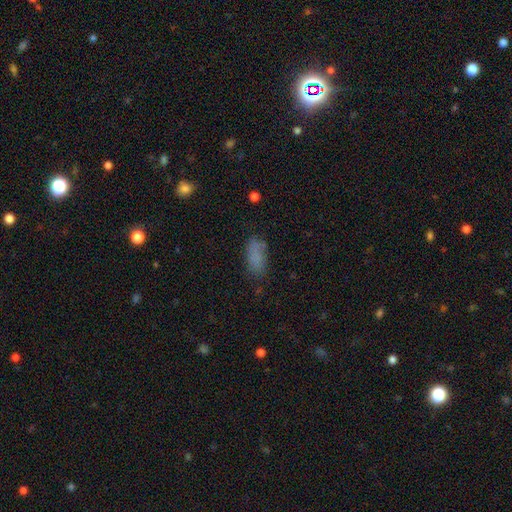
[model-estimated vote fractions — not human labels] Morphology: type=smooth (80%); roundness=in between (82%); merging=none (70%).